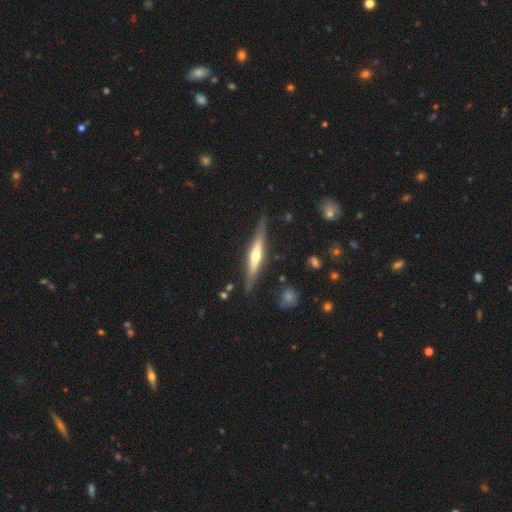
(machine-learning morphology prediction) A featured or disk galaxy (67%) viewed edge-on (95%) with a rounded central bulge (82%).

Vote fractions:
- Smooth or featured? featured or disk: 67% / smooth: 28% / star or artifact: 6%
- Edge-on disk? yes: 95% / no: 5%
- Edge-on bulge? rounded: 82% / boxy: 9% / none: 9%
- Merging? none: 83% / minor disturbance: 12% / major disturbance: 3% / merger: 2%